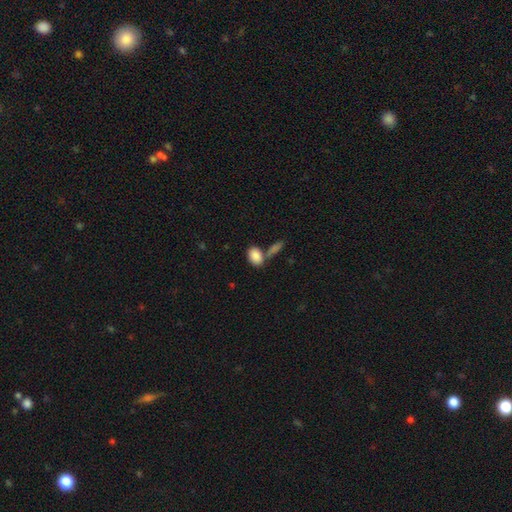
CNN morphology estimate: A smooth galaxy with no disk features (87%) that is in between round and cigar-shaped (88%). Merging: none (52%).